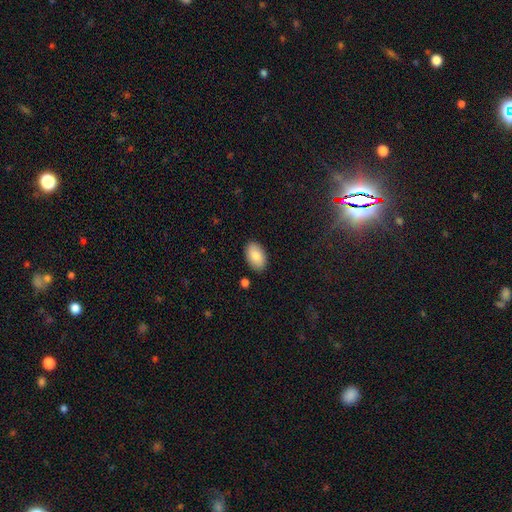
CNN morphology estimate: smooth_or_featured: smooth (p=0.82) [alt: featured or disk p=0.11]
how_rounded: in between (p=0.92) [alt: round p=0.07]
merging: none (p=0.88) [alt: minor disturbance p=0.09]